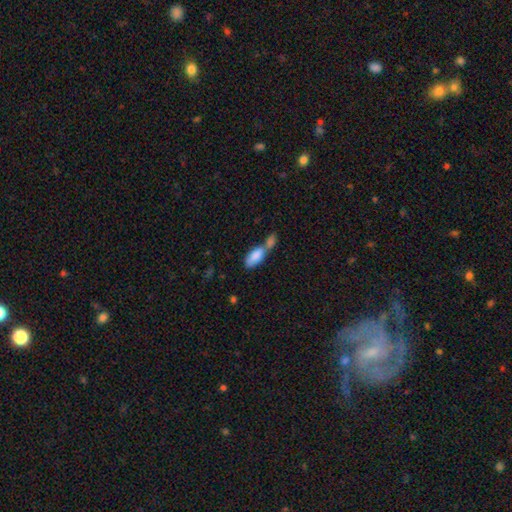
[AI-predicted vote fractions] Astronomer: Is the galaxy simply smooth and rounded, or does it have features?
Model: smooth — 82%.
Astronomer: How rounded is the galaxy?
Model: in between — 82%.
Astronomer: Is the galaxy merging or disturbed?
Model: merger — 67%.